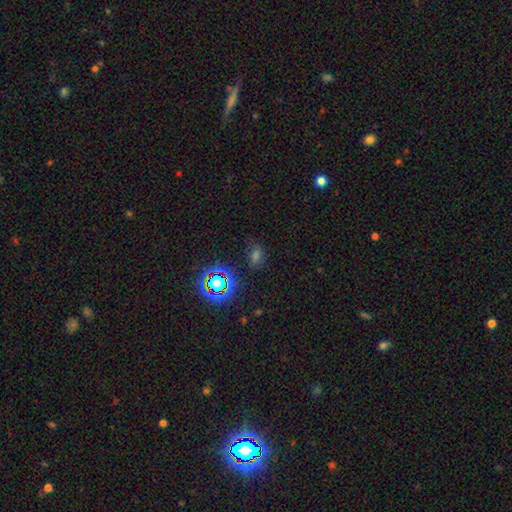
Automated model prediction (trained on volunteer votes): smooth-or-featured: smooth: 47% | star or artifact: 43% | featured or disk: 10%
  merging: none: 76% | minor disturbance: 15% | major disturbance: 6% | merger: 3%